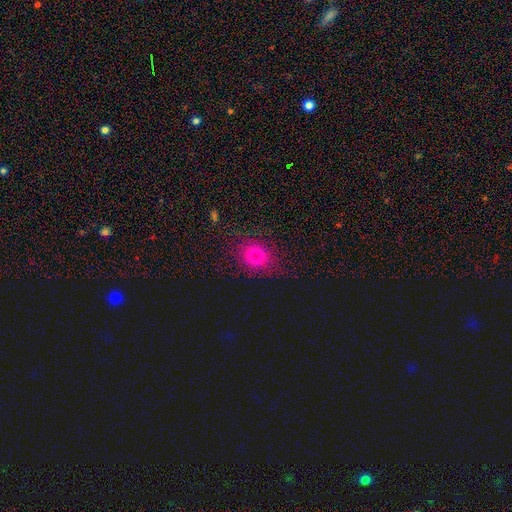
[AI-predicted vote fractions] smooth 76%, star or artifact 14%, featured or disk 10%. Down the decision tree: how rounded — round (54%); merging — none (83%).